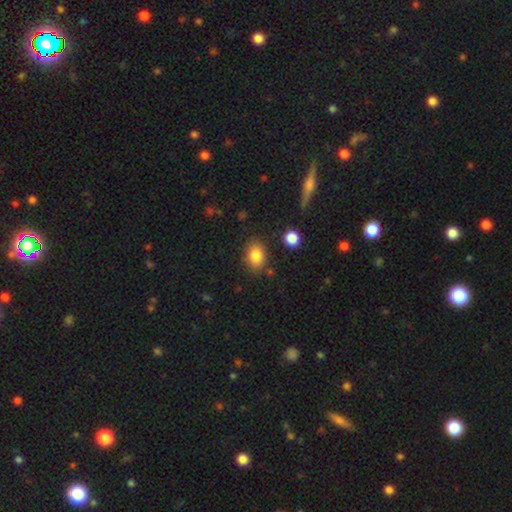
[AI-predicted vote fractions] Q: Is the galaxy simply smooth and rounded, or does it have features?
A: smooth — 84%.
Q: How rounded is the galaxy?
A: in between — 77%.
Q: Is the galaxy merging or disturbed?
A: none — 82%.